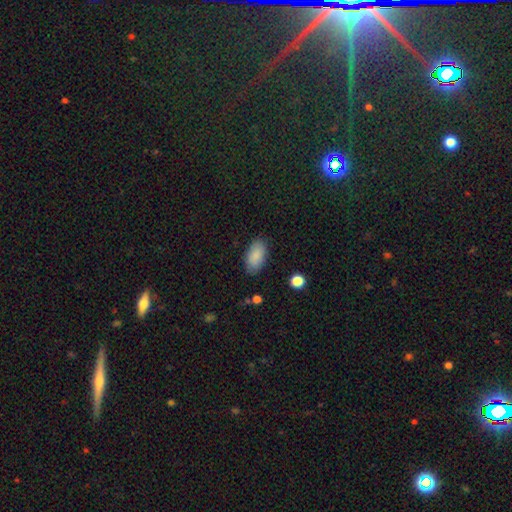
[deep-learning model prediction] This appears to be a smooth galaxy with no disk features (88%) that is in between round and cigar-shaped (94%). Merging: none (84%).